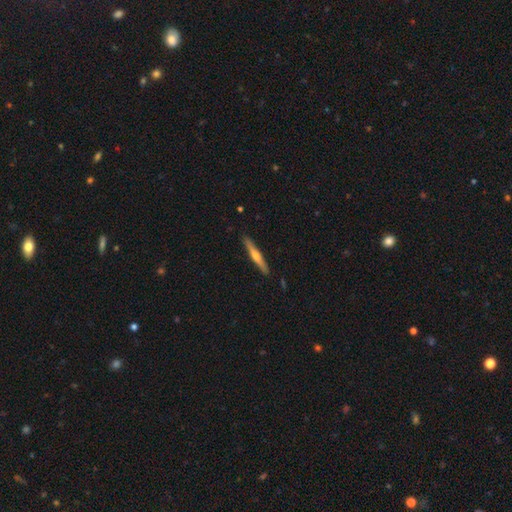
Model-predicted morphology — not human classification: type=featured or disk (60%); edge-on=yes (97%); edge-on bulge=rounded (85%); merging=none (91%).